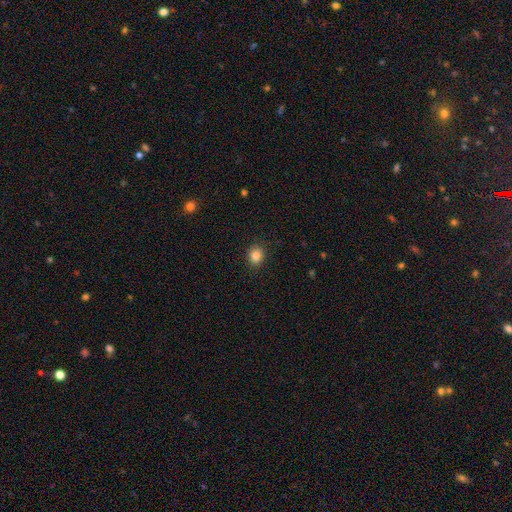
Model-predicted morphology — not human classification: Smooth or featured?
  - smooth: 84% *
  - star or artifact: 11%
  - featured or disk: 5%
How rounded?
  - round: 67% *
  - in between: 32%
  - cigar-shaped: 1%
Merging?
  - none: 89% *
  - minor disturbance: 8%
  - major disturbance: 2%
  - merger: 1%